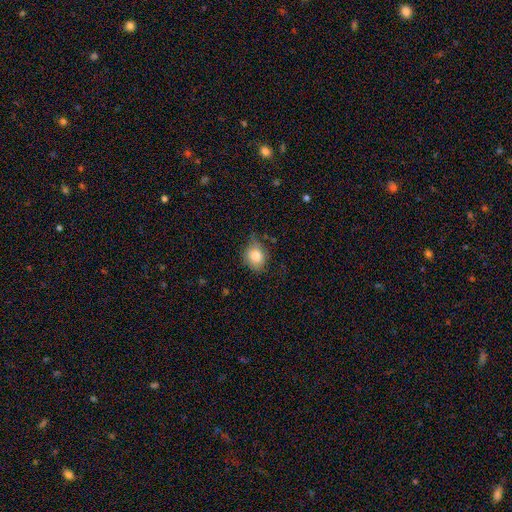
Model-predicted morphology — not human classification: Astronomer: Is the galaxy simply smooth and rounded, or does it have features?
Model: smooth — 79%.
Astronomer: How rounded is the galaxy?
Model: in between — 56% (runner-up: round, 42%).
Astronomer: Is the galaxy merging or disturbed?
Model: none — 59%.